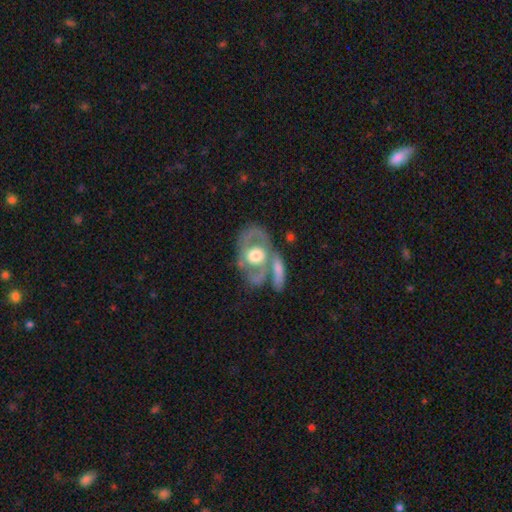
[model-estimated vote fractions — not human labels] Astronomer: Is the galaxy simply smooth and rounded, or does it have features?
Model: featured or disk — 70%.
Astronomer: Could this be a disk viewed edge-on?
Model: no — 93%.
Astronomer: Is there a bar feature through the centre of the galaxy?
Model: no — 71%.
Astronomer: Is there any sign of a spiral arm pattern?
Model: yes — 59% (runner-up: no, 41%).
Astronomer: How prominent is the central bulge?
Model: moderate — 56% (runner-up: large, 34%).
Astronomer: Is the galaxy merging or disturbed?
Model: none — 50%.